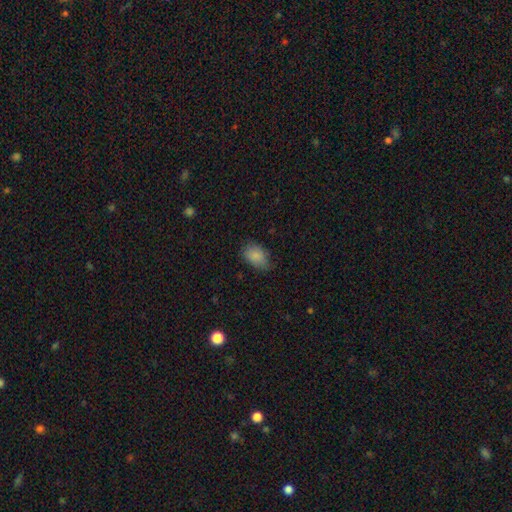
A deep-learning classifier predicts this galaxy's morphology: A smooth galaxy with no disk features (86%) that is in between round and cigar-shaped (84%). Merging: none (64%).